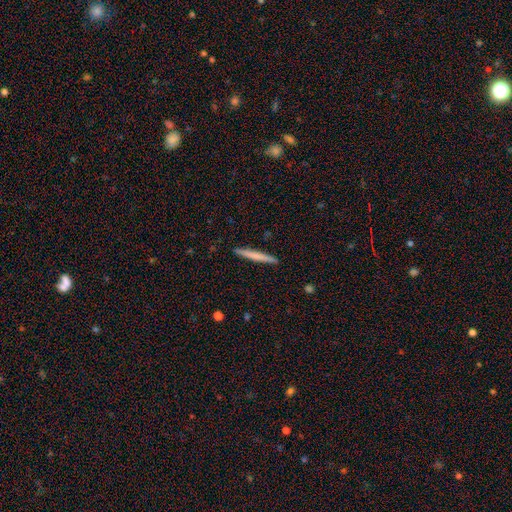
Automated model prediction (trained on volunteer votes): This is likely a smooth galaxy (66%). How rounded: clearly cigar-shaped (97%). Merging: clearly none (92%).